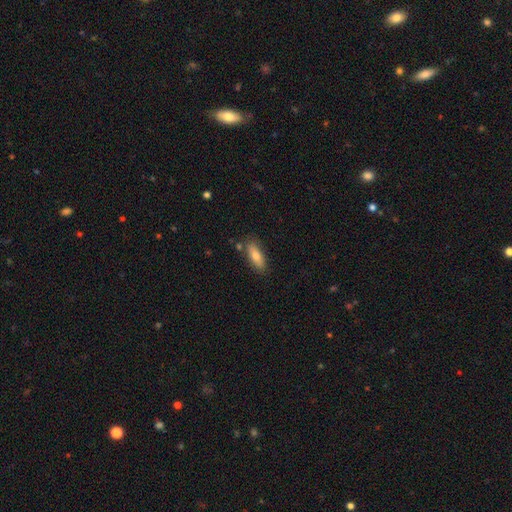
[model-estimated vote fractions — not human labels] This appears to be a smooth galaxy with no disk features (72%) that is in between round and cigar-shaped (59%). Merging: none (81%).